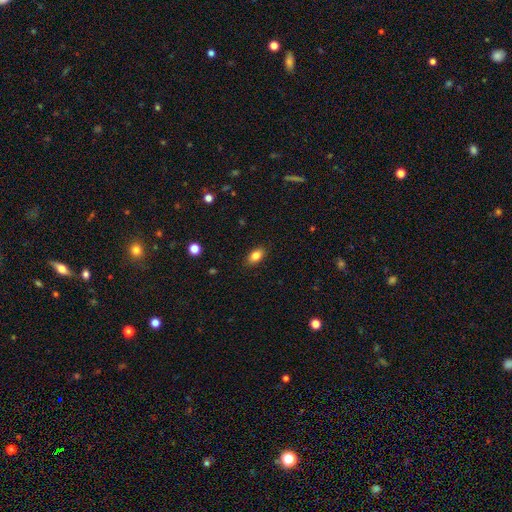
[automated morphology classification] Q: Smooth or featured?
A: smooth (83%); runner-up: star or artifact (9%)
Q: How rounded?
A: in between (88%); runner-up: round (10%)
Q: Merging?
A: none (88%); runner-up: minor disturbance (9%)